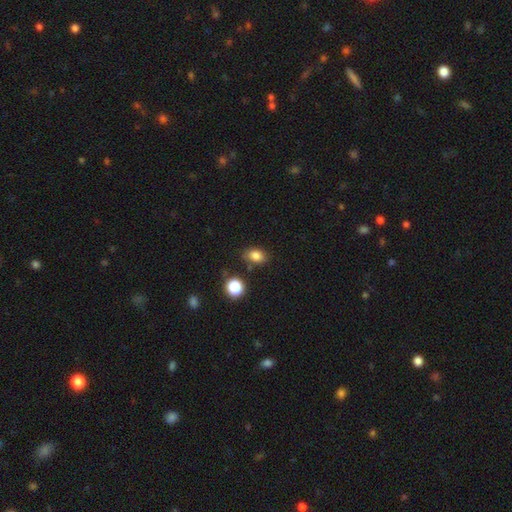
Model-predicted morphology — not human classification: Smooth or featured?
  - smooth: 82% *
  - star or artifact: 12%
  - featured or disk: 6%
How rounded?
  - in between: 72% *
  - round: 27%
  - cigar-shaped: 1%
Merging?
  - none: 76% *
  - minor disturbance: 15%
  - merger: 6%
  - major disturbance: 4%